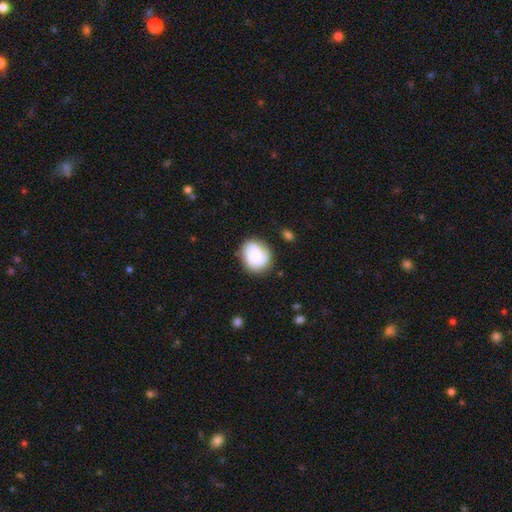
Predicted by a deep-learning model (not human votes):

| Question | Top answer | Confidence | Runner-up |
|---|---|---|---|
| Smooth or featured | featured or disk | 53% | smooth (39%) |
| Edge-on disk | no | 98% | yes (2%) |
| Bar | no | 69% | weak (26%) |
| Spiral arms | yes | 93% | no (7%) |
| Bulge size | small | 33% | moderate (29%) |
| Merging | none | 75% | minor disturbance (16%) |